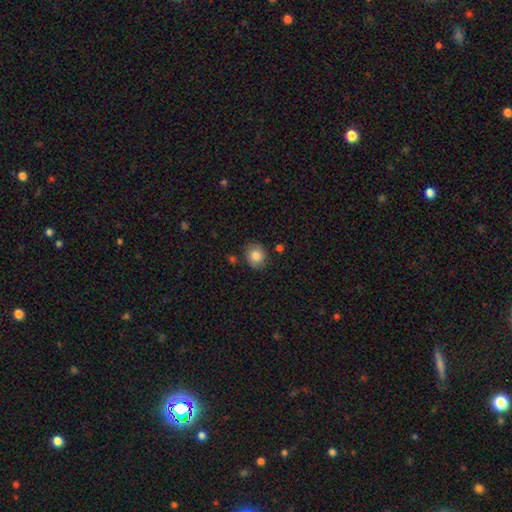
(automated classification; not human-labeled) A smooth galaxy with no disk features (84%) that is round (81%).

Vote fractions:
- Smooth or featured? smooth: 84% / star or artifact: 9% / featured or disk: 8%
- How rounded? round: 81% / in between: 18% / cigar-shaped: 1%
- Merging? none: 82% / minor disturbance: 12% / merger: 3% / major disturbance: 3%